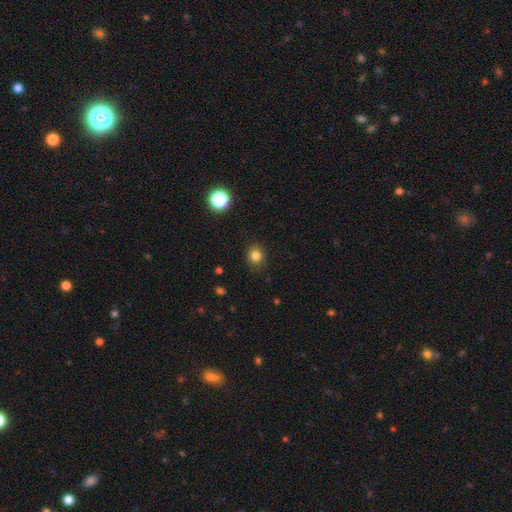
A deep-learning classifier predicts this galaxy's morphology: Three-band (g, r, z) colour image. It shows a smooth galaxy with no disk features (81%) that is round (75%). Merging: none (87%).